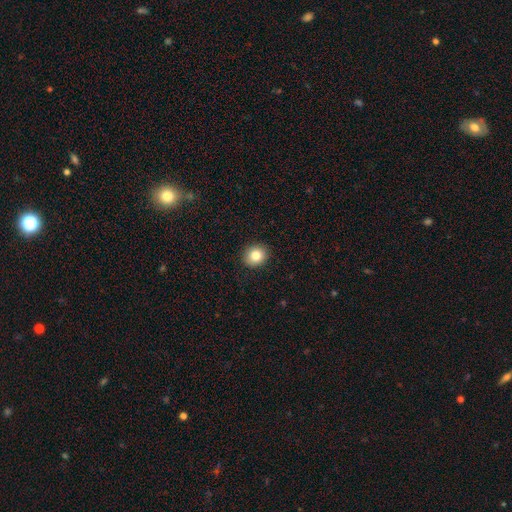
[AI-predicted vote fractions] smooth-or-featured: smooth: 83% | star or artifact: 10% | featured or disk: 7%
  how-rounded: round: 76% | in between: 23% | cigar-shaped: 1%
  merging: none: 91% | minor disturbance: 6% | major disturbance: 2% | merger: 1%